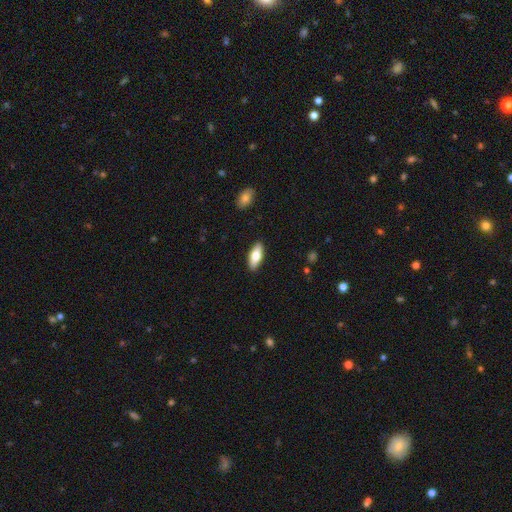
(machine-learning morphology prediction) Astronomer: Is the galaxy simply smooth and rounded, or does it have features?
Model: smooth — 71%.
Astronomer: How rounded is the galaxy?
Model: in between — 78%.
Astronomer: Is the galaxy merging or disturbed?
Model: none — 90%.